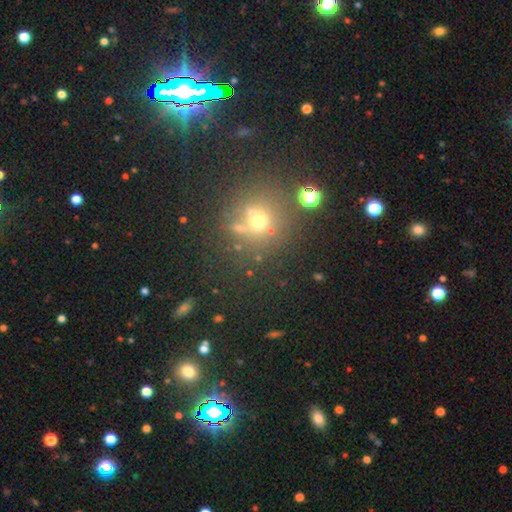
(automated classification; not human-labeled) Smooth or featured?
  - star or artifact: 51% *
  - smooth: 38%
  - featured or disk: 11%